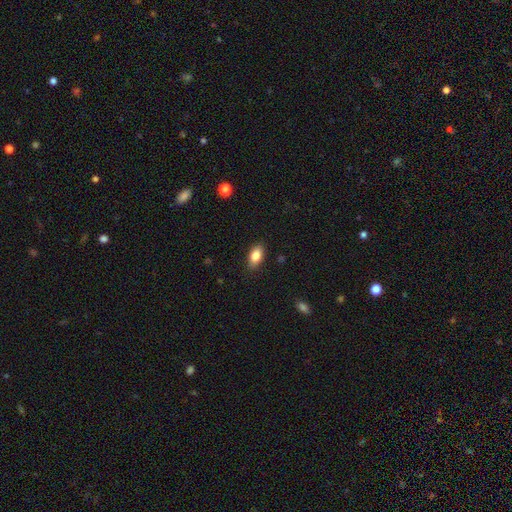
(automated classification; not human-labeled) Smooth or featured? smooth (83%)
How rounded? in between (90%)
Merging? none (87%)